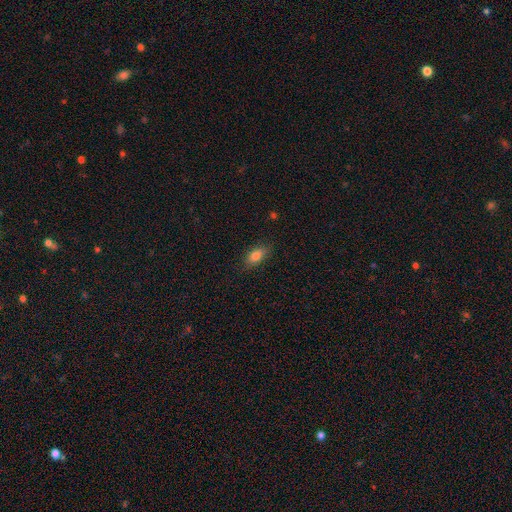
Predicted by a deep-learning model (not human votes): This is clearly a smooth galaxy (82%). How rounded: clearly in between (86%). Merging: clearly none (83%).